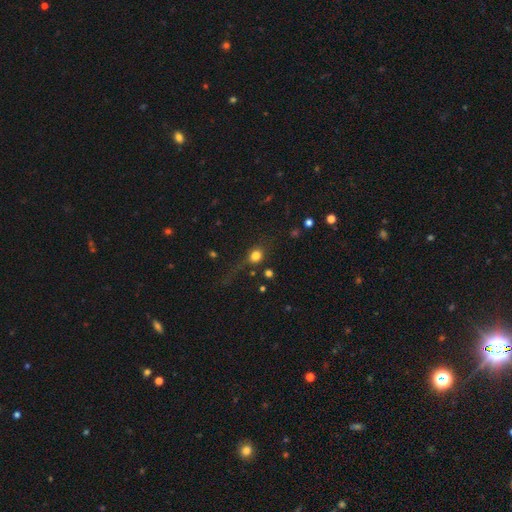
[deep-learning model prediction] Smooth or featured? smooth (78%)
How rounded? round (73%)
Merging? none (57%)